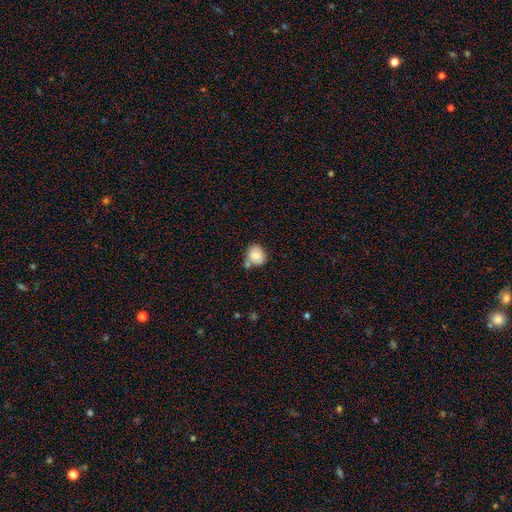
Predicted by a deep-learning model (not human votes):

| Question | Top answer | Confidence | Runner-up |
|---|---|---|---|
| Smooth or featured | smooth | 81% | featured or disk (11%) |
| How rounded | round | 63% | in between (36%) |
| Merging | none | 54% | merger (22%) |